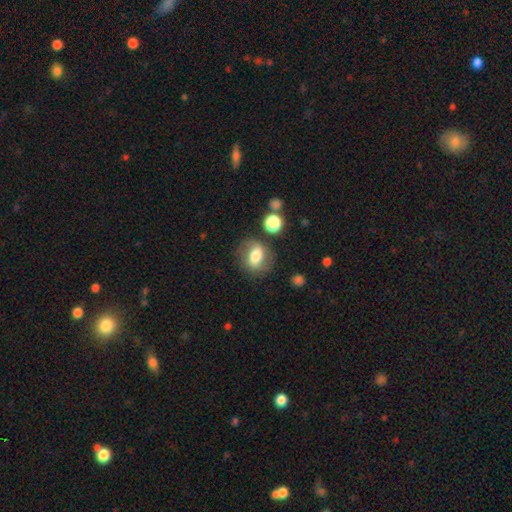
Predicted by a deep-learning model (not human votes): smooth_or_featured: smooth (p=0.62) [alt: featured or disk p=0.28]
how_rounded: in between (p=0.58) [alt: round p=0.39]
merging: none (p=0.71) [alt: minor disturbance p=0.17]